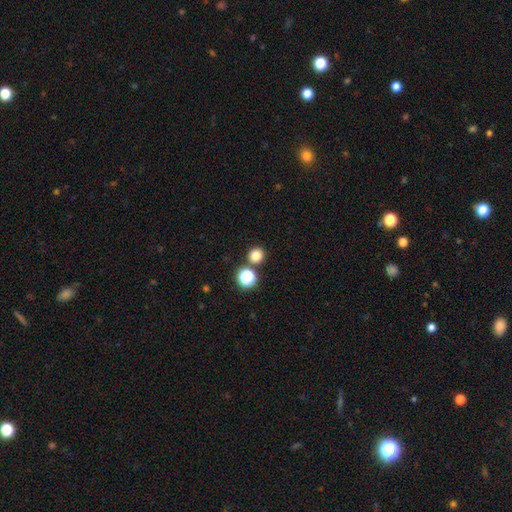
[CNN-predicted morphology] A smooth galaxy with no disk features (79%) that is round (92%).

Vote fractions:
- Smooth or featured? smooth: 79% / star or artifact: 16% / featured or disk: 5%
- How rounded? round: 92% / in between: 7% / cigar-shaped: 1%
- Merging? none: 82% / merger: 10% / minor disturbance: 6% / major disturbance: 2%